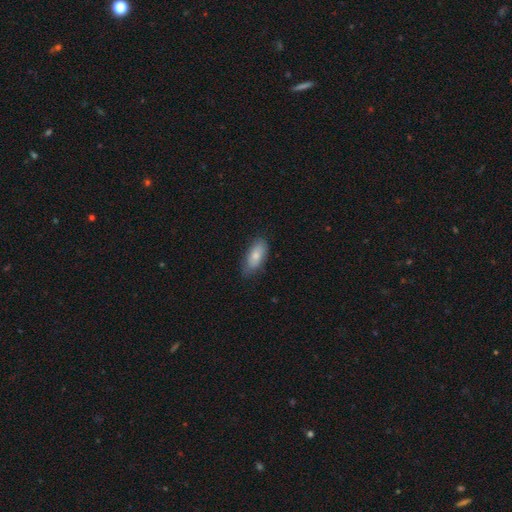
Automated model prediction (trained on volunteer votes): This is likely a smooth galaxy (79%). How rounded: clearly in between (86%). Merging: likely none (77%).